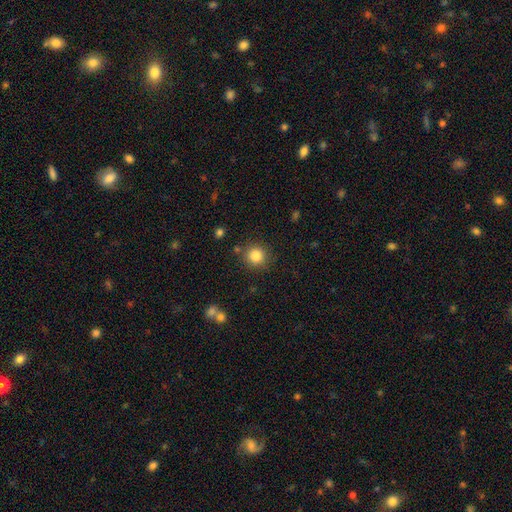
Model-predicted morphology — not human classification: smooth_or_featured: smooth (p=0.83) [alt: star or artifact p=0.11]
how_rounded: round (p=0.93) [alt: in between p=0.06]
merging: none (p=0.85) [alt: minor disturbance p=0.08]